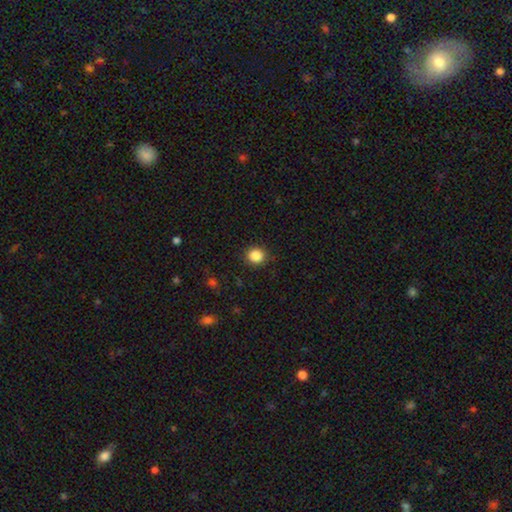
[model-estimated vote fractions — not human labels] Smooth or featured? smooth (86%)
How rounded? round (87%)
Merging? none (90%)